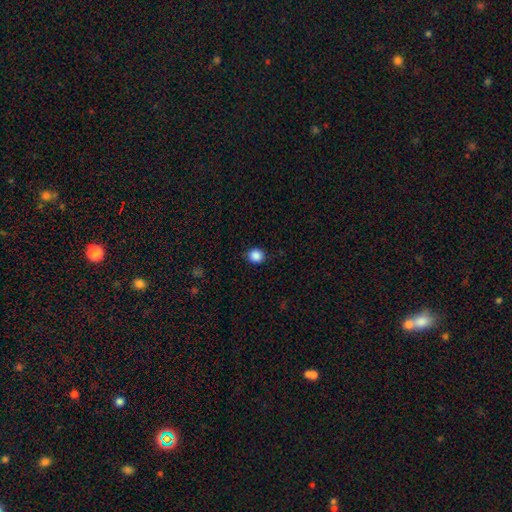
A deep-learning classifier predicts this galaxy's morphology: A smooth galaxy with no disk features (87%) that is round (83%).

Vote fractions:
- Smooth or featured? smooth: 87% / star or artifact: 10% / featured or disk: 3%
- How rounded? round: 83% / in between: 16% / cigar-shaped: 1%
- Merging? none: 89% / minor disturbance: 8% / major disturbance: 2% / merger: 1%